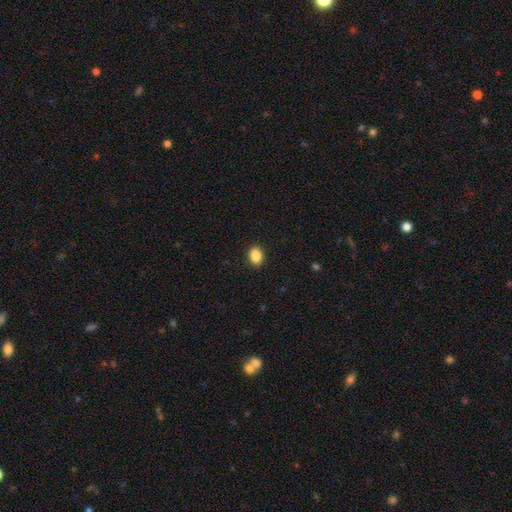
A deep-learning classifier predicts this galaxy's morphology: type=smooth (88%); roundness=in between (73%); merging=none (91%).